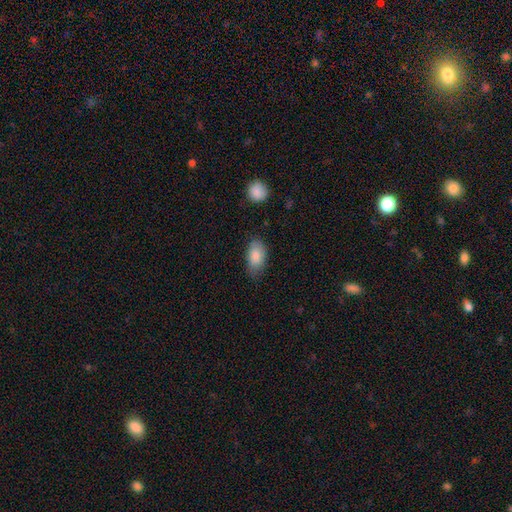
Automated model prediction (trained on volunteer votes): smooth_or_featured: smooth (p=0.86) [alt: featured or disk p=0.07]
how_rounded: in between (p=0.92) [alt: round p=0.05]
merging: none (p=0.67) [alt: minor disturbance p=0.26]